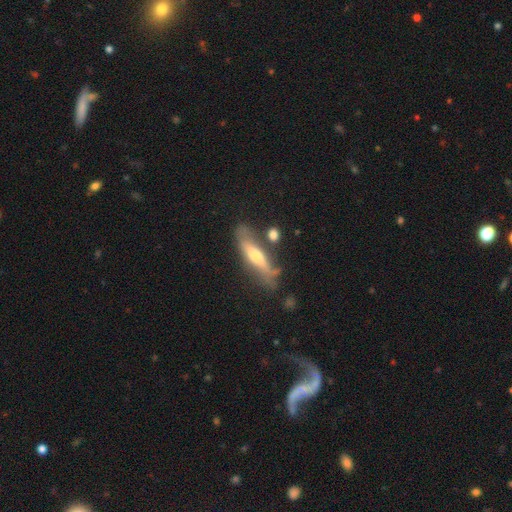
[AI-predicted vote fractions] This appears to be a featured or disk galaxy (56%) viewed edge-on (74%). Merging: none (56%).